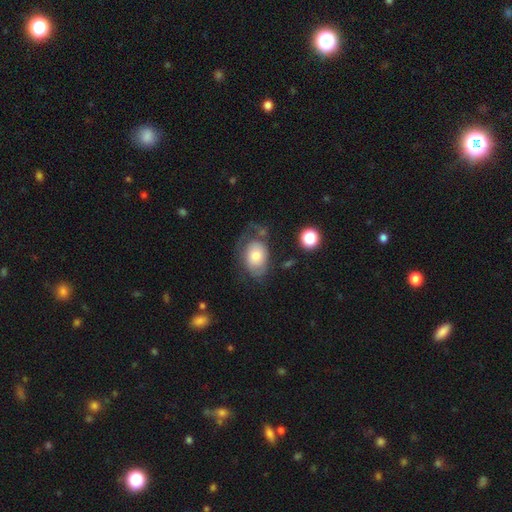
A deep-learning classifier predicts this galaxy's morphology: A smooth galaxy with no disk features (55%) that is in between round and cigar-shaped (77%). Merging: none (37%).